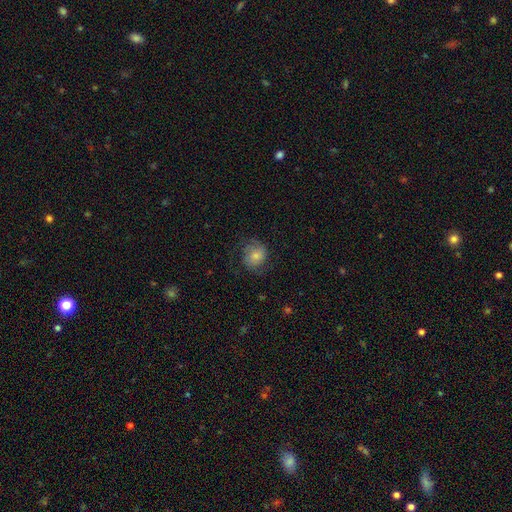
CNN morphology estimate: smooth_or_featured: smooth (p=0.58) [alt: featured or disk p=0.33]
how_rounded: round (p=0.73) [alt: in between p=0.26]
merging: none (p=0.63) [alt: minor disturbance p=0.21]